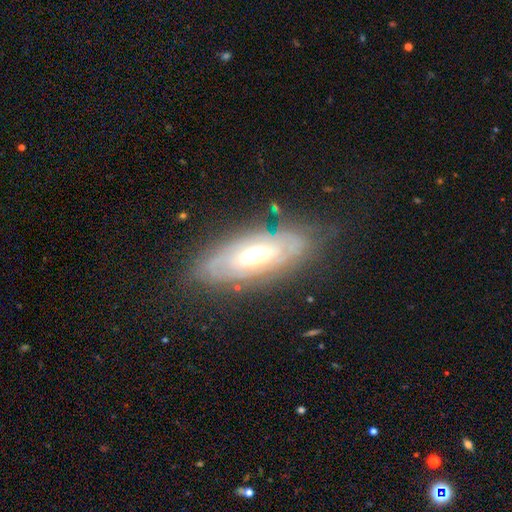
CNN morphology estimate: smooth_or_featured: featured or disk (p=0.73) [alt: smooth p=0.20]
disk_edge_on: no (p=0.79) [alt: yes p=0.21]
bar: no (p=0.59) [alt: weak p=0.30]
has_spiral_arms: yes (p=0.68) [alt: no p=0.32]
bulge_size: moderate (p=0.68) [alt: small p=0.16]
merging: none (p=0.76) [alt: minor disturbance p=0.16]